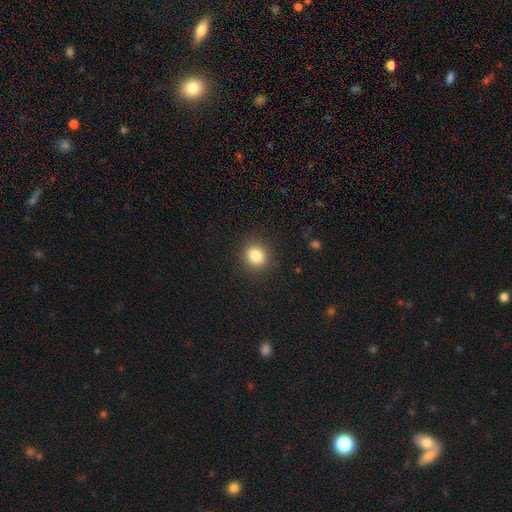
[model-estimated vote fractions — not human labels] Overall: smooth (84%). How rounded: round (74%). Merging: none (89%).